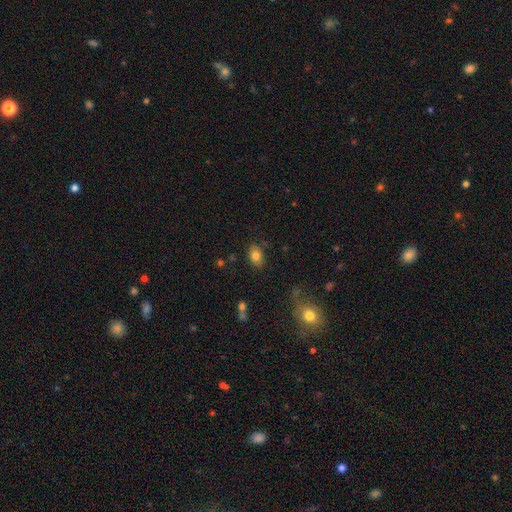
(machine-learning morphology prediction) The model was most divided on "how rounded": in between: 79%, round: 19%, cigar-shaped: 1%. More confident: merging — none (81%); smooth or featured — smooth (80%).